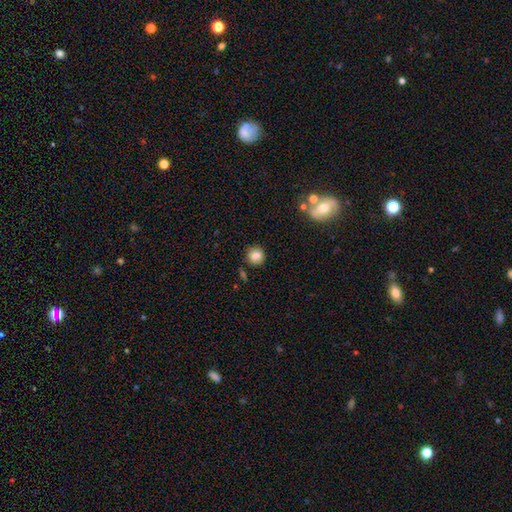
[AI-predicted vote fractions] smooth 82%, star or artifact 10%, featured or disk 8%. Down the decision tree: how rounded — round (84%); merging — none (83%).